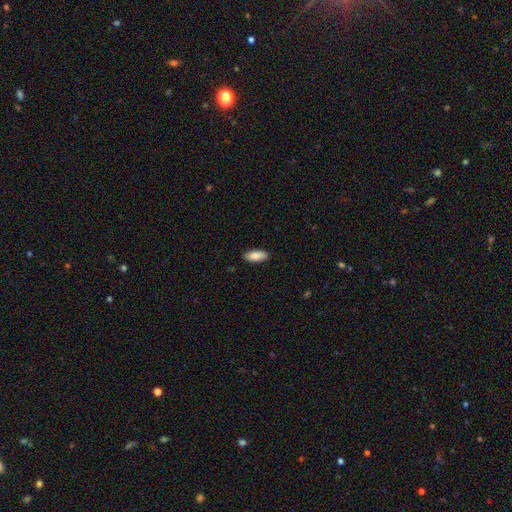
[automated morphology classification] Smooth or featured: smooth — 88% (featured or disk — 6%)
How rounded: in between — 81% (cigar-shaped — 17%)
Merging: none — 89% (minor disturbance — 8%)